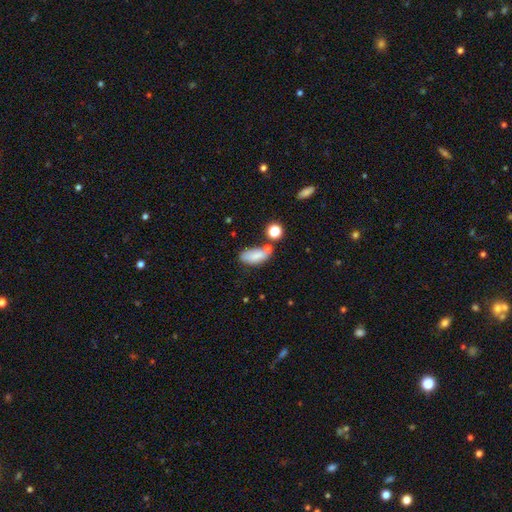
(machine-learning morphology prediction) Overall: smooth (78%). How rounded: in between (86%). Merging: none (55%; minor disturbance 21%).